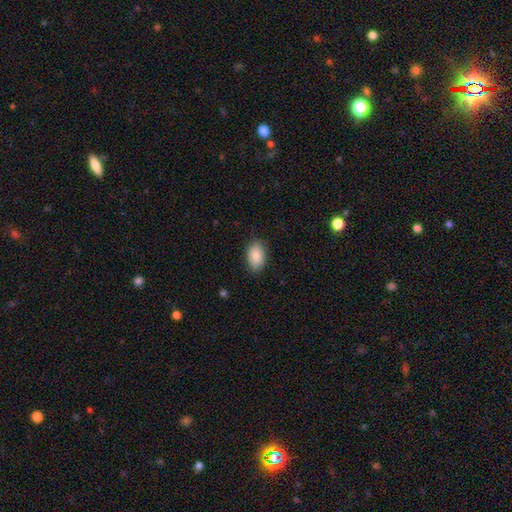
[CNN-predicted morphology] Smooth or featured? smooth (86%)
How rounded? in between (91%)
Merging? none (84%)